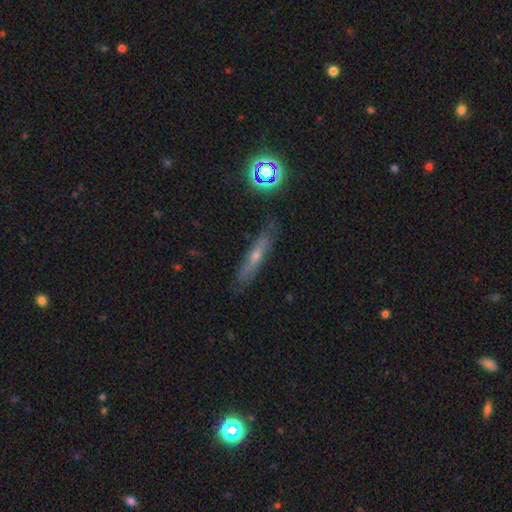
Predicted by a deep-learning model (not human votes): A featured or disk galaxy (51%) viewed edge-on (78%). Merging: none (80%).